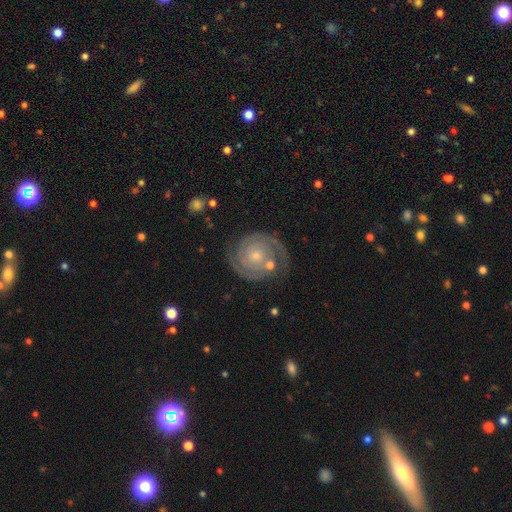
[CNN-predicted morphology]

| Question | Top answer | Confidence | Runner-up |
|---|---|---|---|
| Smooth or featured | featured or disk | 88% | smooth (6%) |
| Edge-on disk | no | 98% | yes (2%) |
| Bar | no | 78% | weak (17%) |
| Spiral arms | yes | 98% | no (2%) |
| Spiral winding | tight | 68% | medium (26%) |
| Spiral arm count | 2 | 85% | 3 (5%) |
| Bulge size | small | 68% | moderate (26%) |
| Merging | none | 76% | minor disturbance (12%) |